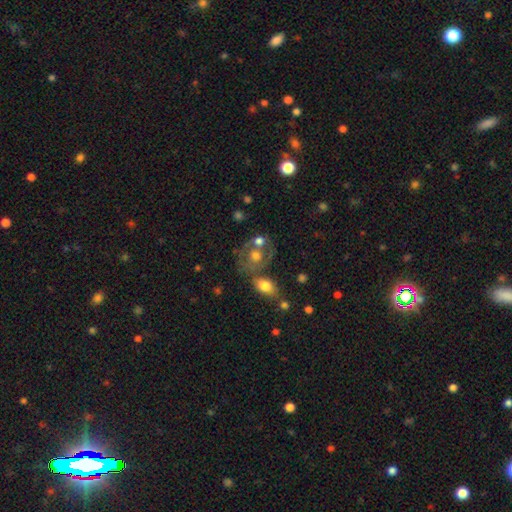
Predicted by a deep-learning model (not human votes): smooth-or-featured: smooth: 48% | featured or disk: 42% | star or artifact: 10%
  merging: none: 41% | merger: 34% | minor disturbance: 15% | major disturbance: 10%